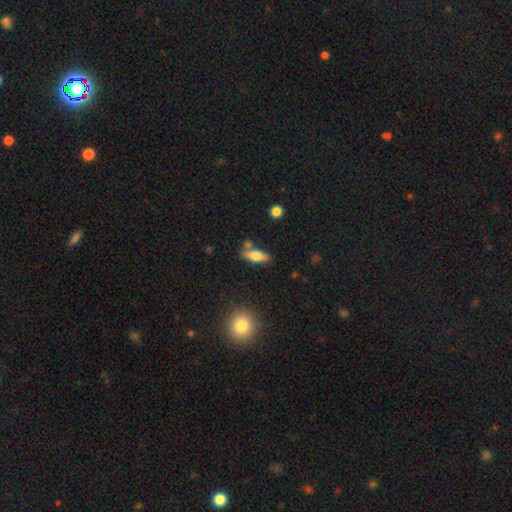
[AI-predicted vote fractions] Q: Smooth or featured?
A: smooth (58%); runner-up: featured or disk (35%)
Q: How rounded?
A: in between (58%); runner-up: cigar-shaped (39%)
Q: Merging?
A: none (72%); runner-up: minor disturbance (13%)